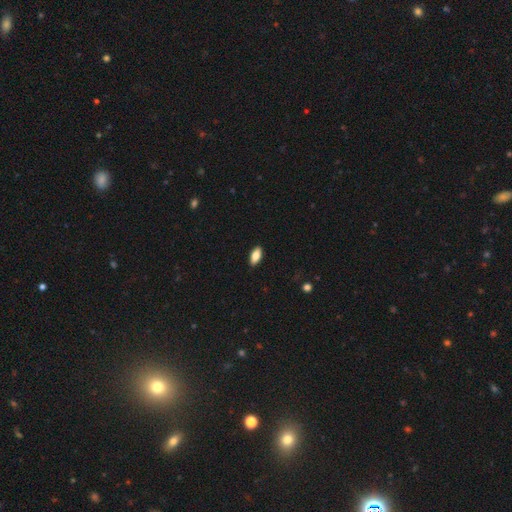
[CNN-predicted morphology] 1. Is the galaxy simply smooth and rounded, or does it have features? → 82% smooth, 12% featured or disk, 7% star or artifact.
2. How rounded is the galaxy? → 89% in between, 9% cigar-shaped, 3% round.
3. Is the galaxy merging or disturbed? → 90% none, 8% minor disturbance, 2% major disturbance, 1% merger.